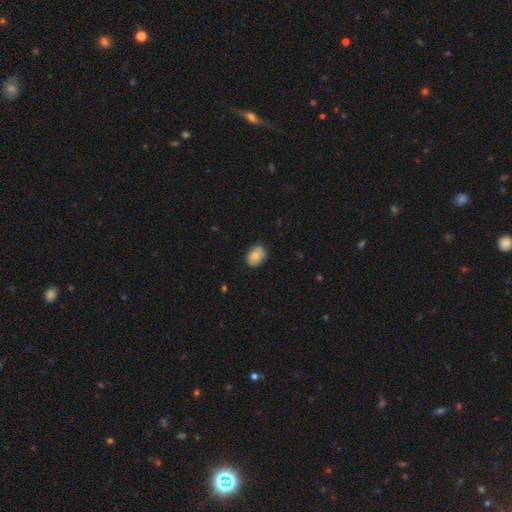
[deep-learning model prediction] Overall: smooth (83%). How rounded: in between (75%). Merging: none (82%).